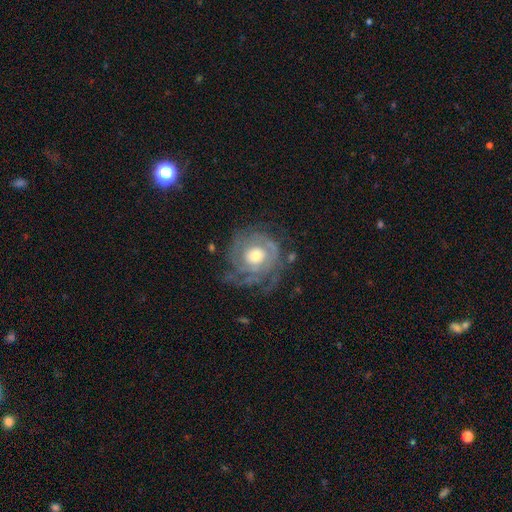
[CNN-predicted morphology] A featured or disk galaxy (79%) with no bar (80%), tight (70%) spiral arms (84%) and a moderate central bulge (66%).

Vote fractions:
- Smooth or featured? featured or disk: 79% / smooth: 14% / star or artifact: 6%
- Edge-on disk? no: 97% / yes: 3%
- Bar? no: 80% / weak: 16% / strong: 4%
- Spiral arms? yes: 84% / no: 16%
- Spiral winding? tight: 70% / medium: 23% / loose: 8%
- Spiral arm count? can't tell: 47% / 2: 17% / 3: 15% / 4: 8% / 1: 7% / more than 4: 6%
- Bulge size? moderate: 66% / large: 16% / small: 16% / dominant: 1% / none: 1%
- Merging? none: 64% / minor disturbance: 20% / major disturbance: 14% / merger: 2%